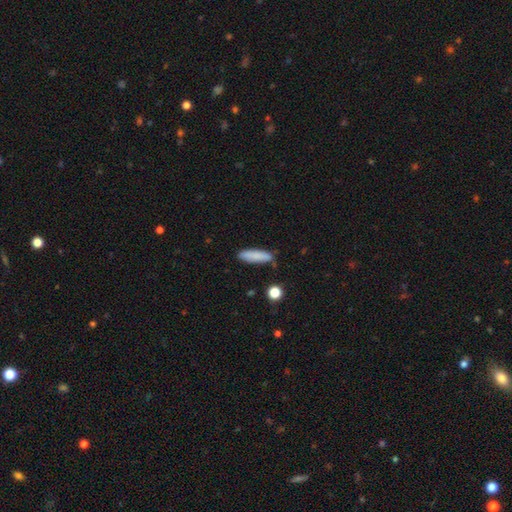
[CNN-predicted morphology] Q: Smooth or featured?
A: smooth (84%); runner-up: featured or disk (9%)
Q: How rounded?
A: cigar-shaped (69%); runner-up: in between (29%)
Q: Merging?
A: none (79%); runner-up: minor disturbance (15%)